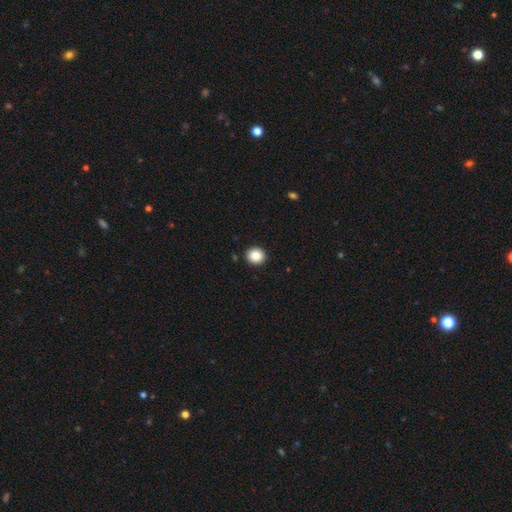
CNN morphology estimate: Overall: smooth (86%). How rounded: round (87%). Merging: none (93%).